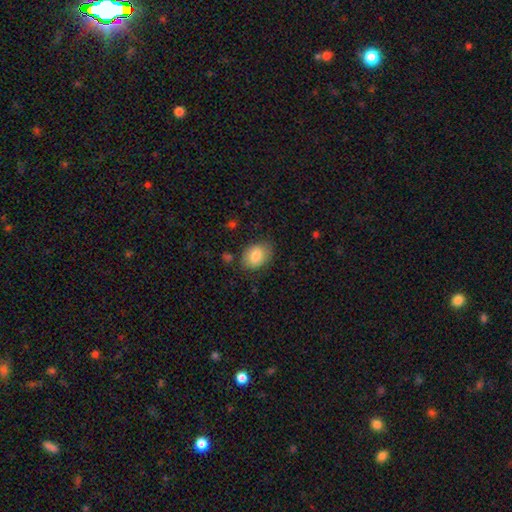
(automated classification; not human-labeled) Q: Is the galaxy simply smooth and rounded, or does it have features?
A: smooth — 83%.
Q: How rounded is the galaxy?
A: in between — 73%.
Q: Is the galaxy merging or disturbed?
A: none — 78%.